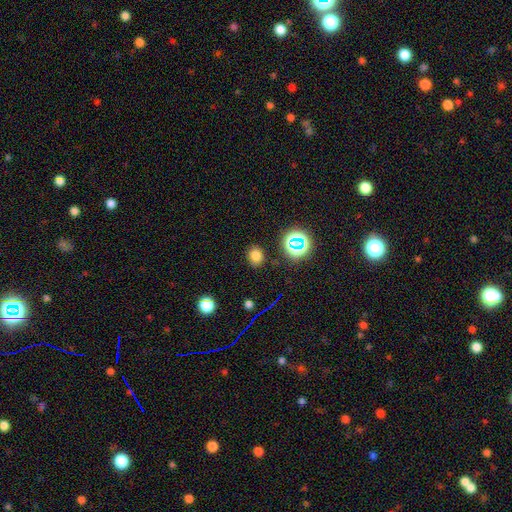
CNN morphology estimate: Overall: smooth (74%). How rounded: round (62%; in between 37%). Merging: none (85%).